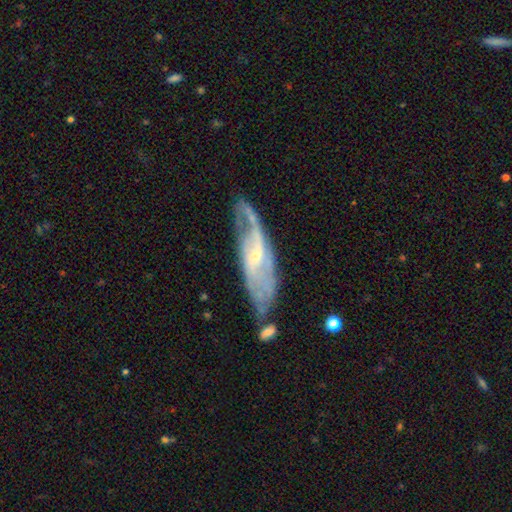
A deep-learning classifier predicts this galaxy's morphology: smooth_or_featured: featured or disk (p=0.81) [alt: smooth p=0.13]
disk_edge_on: no (p=0.79) [alt: yes p=0.21]
bar: weak (p=0.43) [alt: no p=0.36]
has_spiral_arms: yes (p=0.87) [alt: no p=0.13]
spiral_winding: medium (p=0.42) [alt: tight p=0.29]
spiral_arm_count: 2 (p=0.55) [alt: can't tell p=0.29]
bulge_size: small (p=0.71) [alt: moderate p=0.24]
merging: none (p=0.55) [alt: minor disturbance p=0.24]